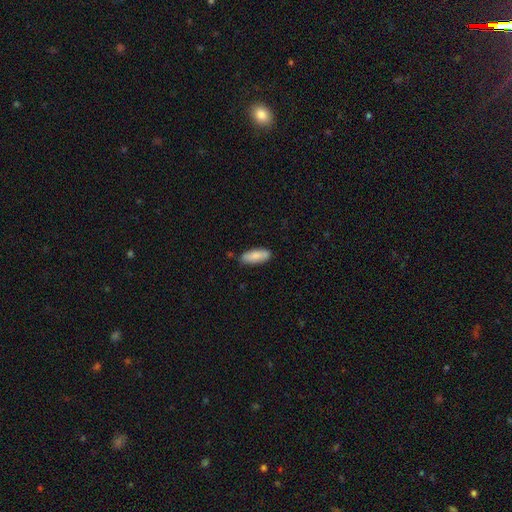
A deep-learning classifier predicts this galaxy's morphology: Smooth or featured? Predicted: smooth (p=0.84). How rounded? Predicted: in between (p=0.72). Merging? Predicted: none (p=0.82).